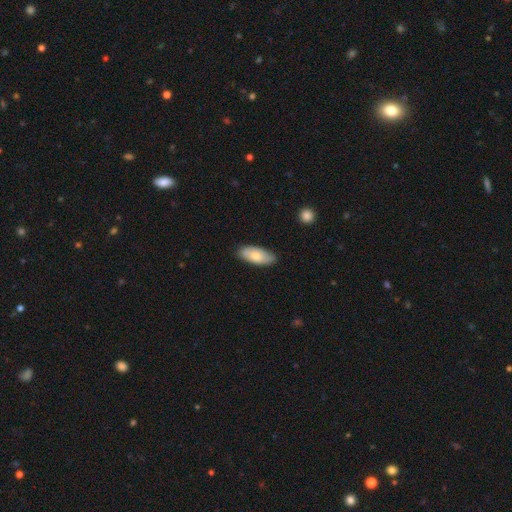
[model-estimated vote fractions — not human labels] Q: Smooth or featured?
A: smooth (74%); runner-up: featured or disk (20%)
Q: How rounded?
A: in between (87%); runner-up: cigar-shaped (11%)
Q: Merging?
A: none (83%); runner-up: minor disturbance (14%)